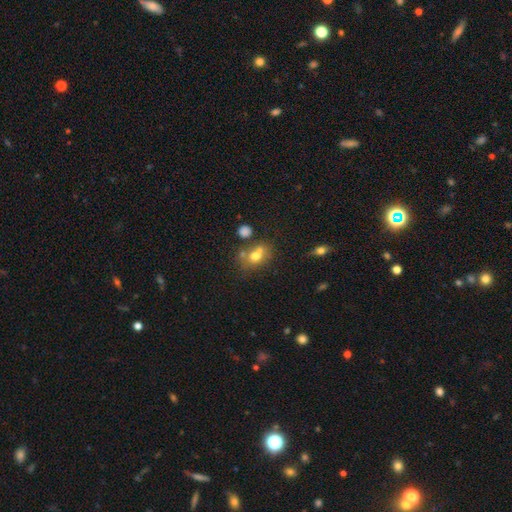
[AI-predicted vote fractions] This is likely a smooth galaxy (69%). How rounded: possibly in between (51%). Merging: possibly none (47%).